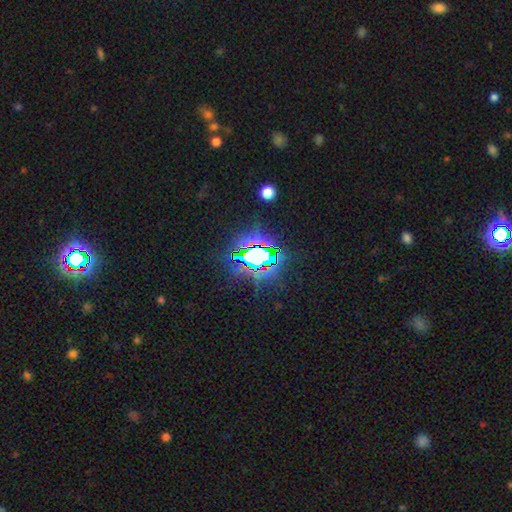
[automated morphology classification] Smooth or featured? Predicted: star or artifact (p=0.73).